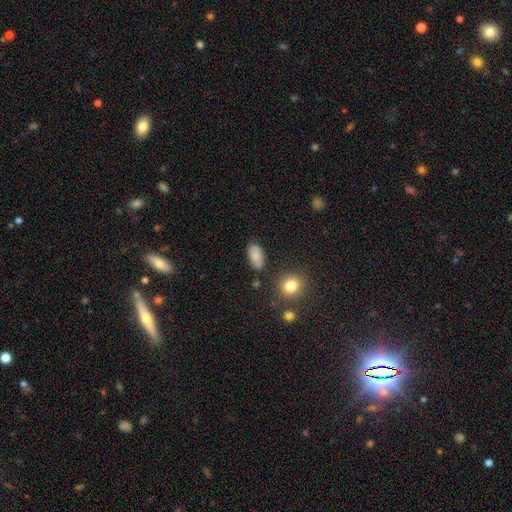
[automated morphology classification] The model was most divided on "merging": none: 81%, minor disturbance: 13%, major disturbance: 3%, merger: 3%. More confident: how rounded — in between (91%); smooth or featured — smooth (83%).